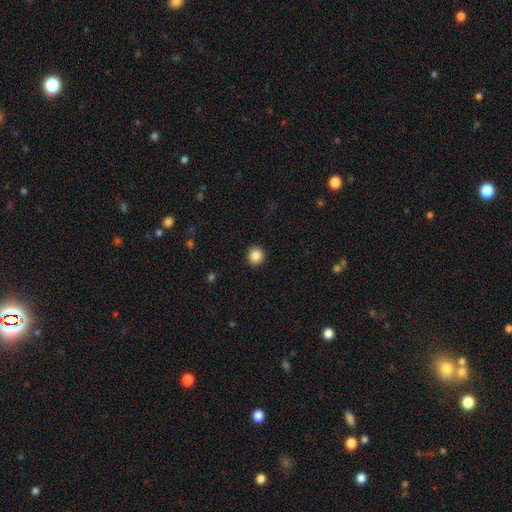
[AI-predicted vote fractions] A smooth galaxy with no disk features (86%) that is round (94%).

Vote fractions:
- Smooth or featured? smooth: 86% / star or artifact: 10% / featured or disk: 4%
- How rounded? round: 94% / in between: 5% / cigar-shaped: 1%
- Merging? none: 93% / minor disturbance: 5% / major disturbance: 2% / merger: 1%